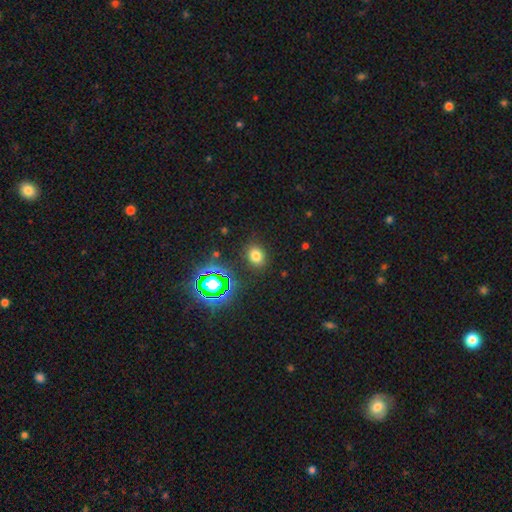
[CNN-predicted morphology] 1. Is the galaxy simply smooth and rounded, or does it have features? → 72% smooth, 21% star or artifact, 7% featured or disk.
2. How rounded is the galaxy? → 57% in between, 42% round, 1% cigar-shaped.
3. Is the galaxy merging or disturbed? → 86% none, 9% minor disturbance, 3% major disturbance, 2% merger.